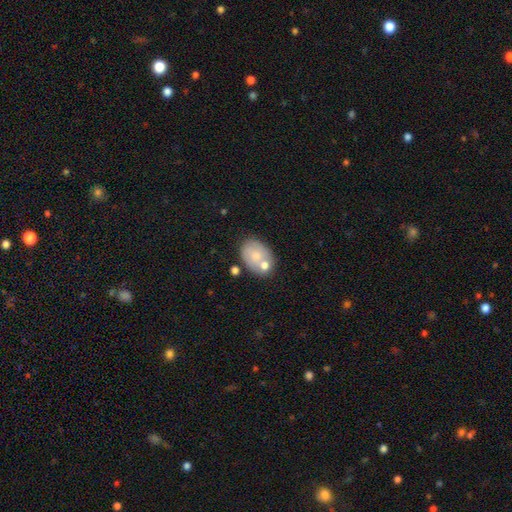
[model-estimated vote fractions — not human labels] A smooth galaxy with no disk features (63%) that is in between round and cigar-shaped (78%).

Vote fractions:
- Smooth or featured? smooth: 63% / featured or disk: 29% / star or artifact: 7%
- How rounded? in between: 78% / round: 21% / cigar-shaped: 1%
- Merging? none: 51% / merger: 24% / minor disturbance: 19% / major disturbance: 6%